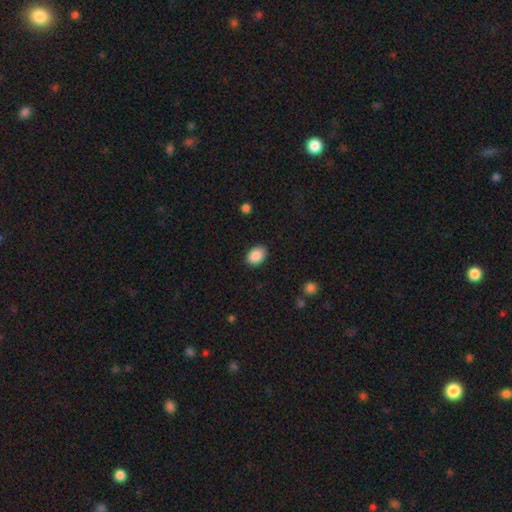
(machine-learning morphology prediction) Q: Smooth or featured?
A: smooth (89%); runner-up: star or artifact (7%)
Q: How rounded?
A: in between (77%); runner-up: round (22%)
Q: Merging?
A: none (87%); runner-up: minor disturbance (9%)